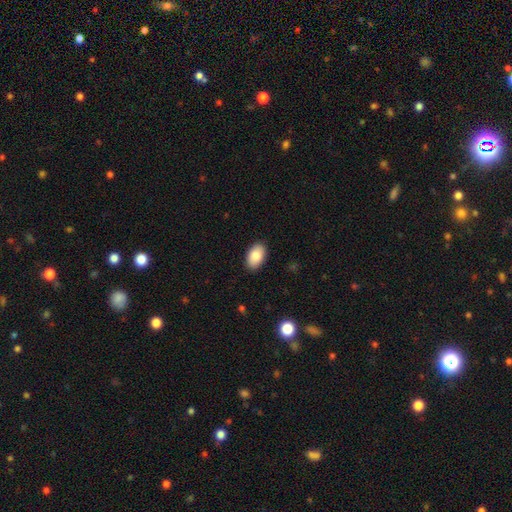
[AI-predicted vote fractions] This appears to be a smooth galaxy with no disk features (86%) that is in between round and cigar-shaped (93%). Merging: none (89%).